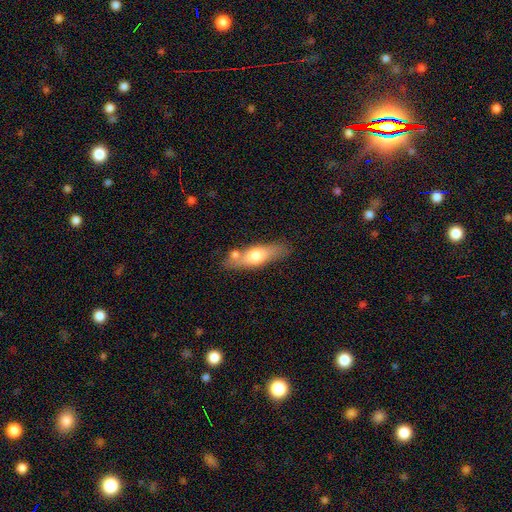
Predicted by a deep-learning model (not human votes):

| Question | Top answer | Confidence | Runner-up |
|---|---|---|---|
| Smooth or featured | smooth | 55% | featured or disk (39%) |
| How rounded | cigar-shaped | 53% | in between (43%) |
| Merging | none | 64% | merger (17%) |